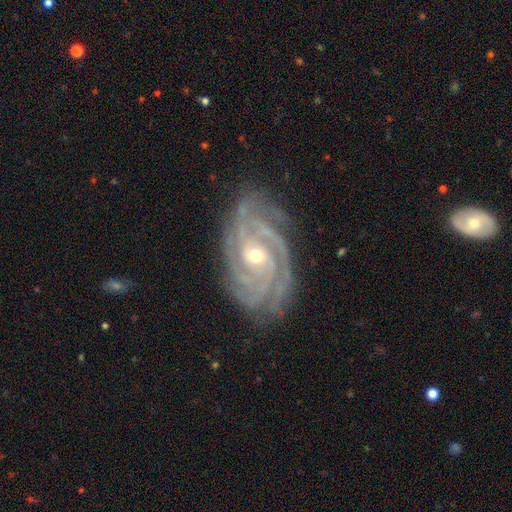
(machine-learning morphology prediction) smooth-or-featured: featured or disk: 92% | star or artifact: 5% | smooth: 3%
  disk-edge-on: no: 96% | yes: 4%
    bar: no: 59% | weak: 28% | strong: 13%
    has-spiral-arms: yes: 99% | no: 1%
      spiral-winding: tight: 81% | medium: 17% | loose: 2%
      spiral-arm-count: 4: 29% | 3: 25% | can't tell: 14% | more than 4: 13% | 2: 11% | 1: 7%
    bulge-size: small: 54% | moderate: 44% | large: 1% | none: 1% | dominant: 1%
  merging: none: 81% | minor disturbance: 14% | major disturbance: 3% | merger: 1%